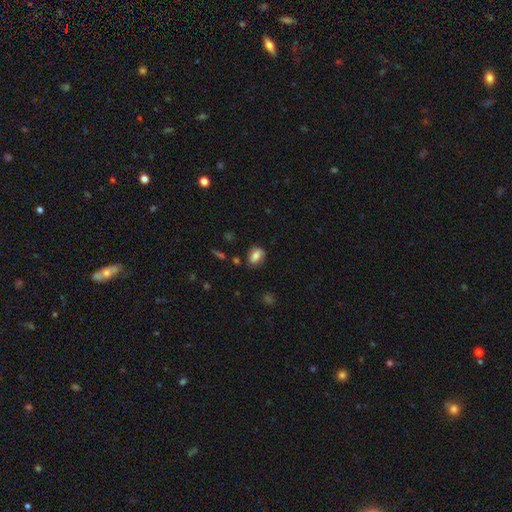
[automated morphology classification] Smooth or featured?
  - smooth: 73% *
  - featured or disk: 18%
  - star or artifact: 9%
How rounded?
  - in between: 72% *
  - round: 27%
  - cigar-shaped: 2%
Merging?
  - none: 73% *
  - minor disturbance: 19%
  - major disturbance: 5%
  - merger: 3%